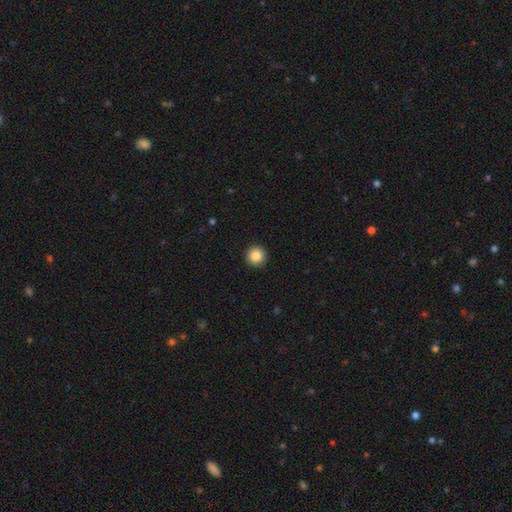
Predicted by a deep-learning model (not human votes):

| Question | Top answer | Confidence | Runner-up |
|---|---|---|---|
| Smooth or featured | smooth | 86% | star or artifact (9%) |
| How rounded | round | 96% | in between (3%) |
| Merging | none | 93% | minor disturbance (4%) |